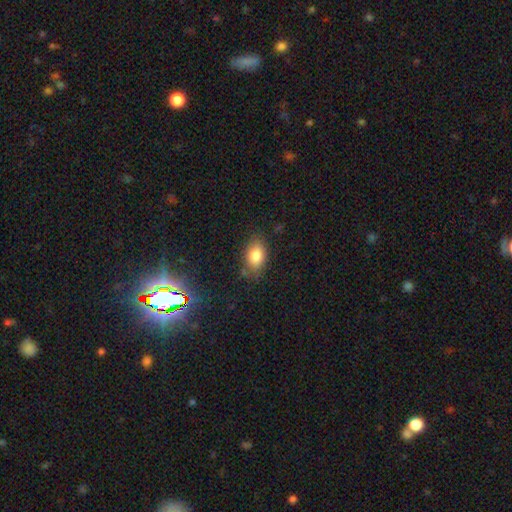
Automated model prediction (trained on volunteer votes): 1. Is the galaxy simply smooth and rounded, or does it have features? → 82% smooth, 9% star or artifact, 9% featured or disk.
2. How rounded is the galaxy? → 85% in between, 13% round, 2% cigar-shaped.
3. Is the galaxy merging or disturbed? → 76% none, 18% minor disturbance, 4% major disturbance, 2% merger.